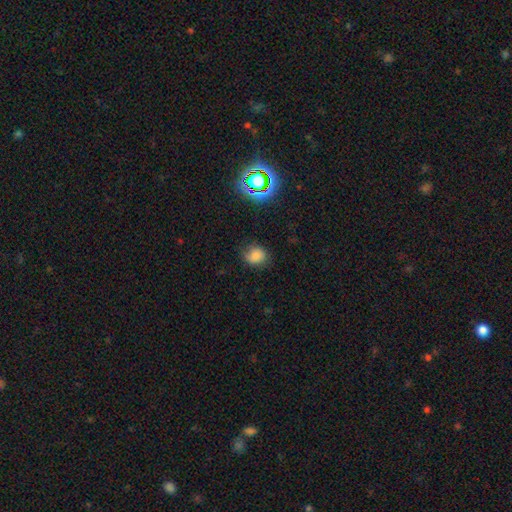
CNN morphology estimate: smooth 77%, star or artifact 15%, featured or disk 8%. Down the decision tree: how rounded — round (66%); merging — none (72%).